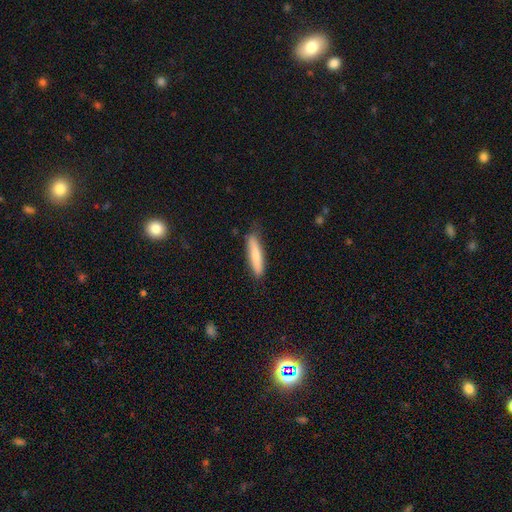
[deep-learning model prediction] This is likely a smooth galaxy (78%). How rounded: clearly cigar-shaped (84%). Merging: clearly none (82%).